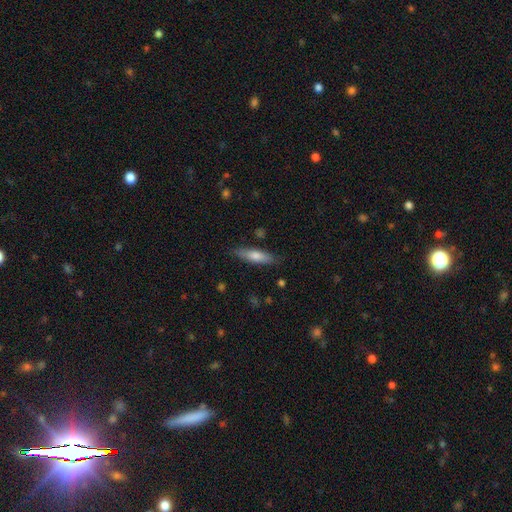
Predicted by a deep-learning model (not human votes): smooth_or_featured: smooth (p=0.60) [alt: featured or disk p=0.34]
how_rounded: cigar-shaped (p=0.74) [alt: in between p=0.24]
merging: none (p=0.85) [alt: minor disturbance p=0.11]